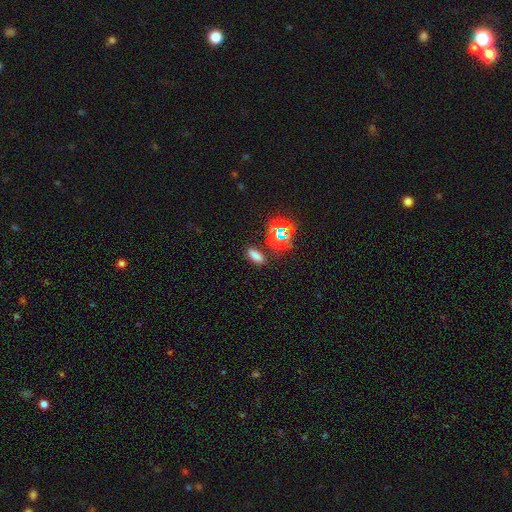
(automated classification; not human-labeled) A smooth galaxy with no disk features (70%) that is in between round and cigar-shaped (79%). Merging: none (85%).